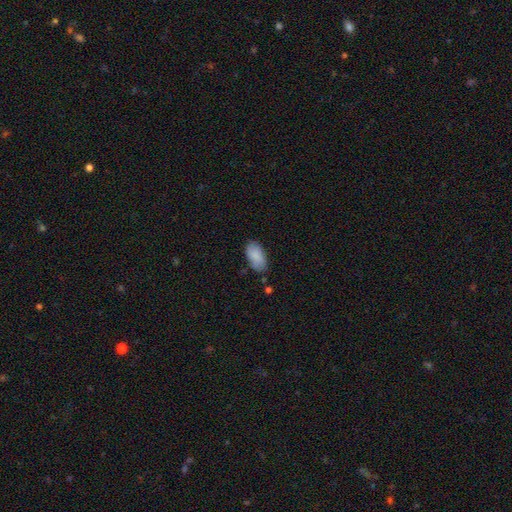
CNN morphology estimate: A smooth galaxy with no disk features (86%) that is in between round and cigar-shaped (94%). Merging: none (73%).